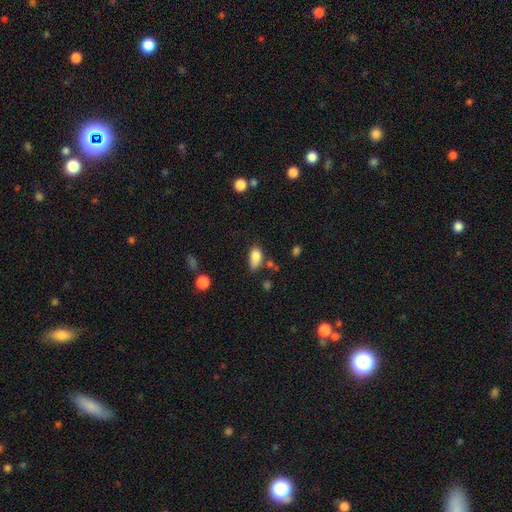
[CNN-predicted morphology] smooth_or_featured: smooth (p=0.81) [alt: featured or disk p=0.09]
how_rounded: in between (p=0.85) [alt: round p=0.08]
merging: none (p=0.42) [alt: minor disturbance p=0.35]